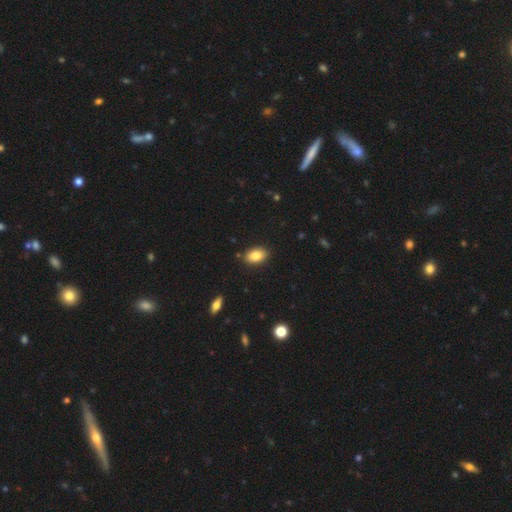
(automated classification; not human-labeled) Overall: smooth (84%). How rounded: in between (90%). Merging: none (88%).